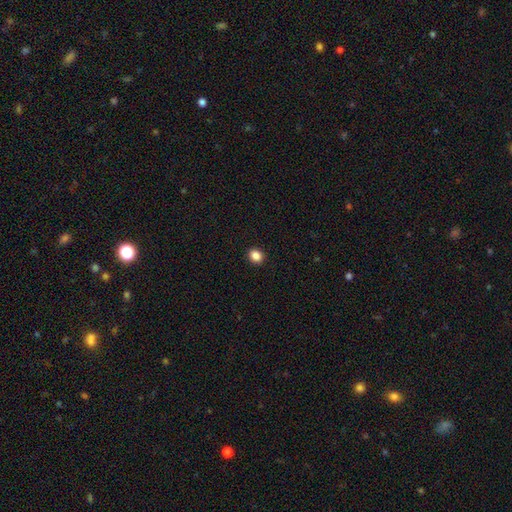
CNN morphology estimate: smooth-or-featured: smooth: 87% | star or artifact: 10% | featured or disk: 3%
  how-rounded: round: 63% | in between: 36% | cigar-shaped: 1%
  merging: none: 92% | minor disturbance: 5% | major disturbance: 2% | merger: 1%